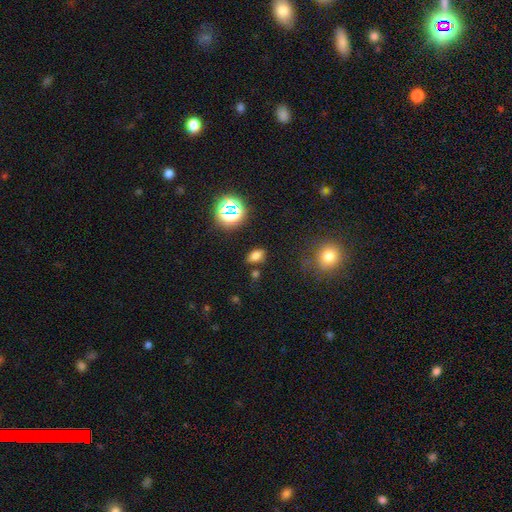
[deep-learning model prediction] Smooth or featured?
  - smooth: 70% *
  - star or artifact: 21%
  - featured or disk: 9%
How rounded?
  - in between: 85% *
  - round: 11%
  - cigar-shaped: 4%
Merging?
  - none: 79% *
  - minor disturbance: 12%
  - merger: 5%
  - major disturbance: 4%